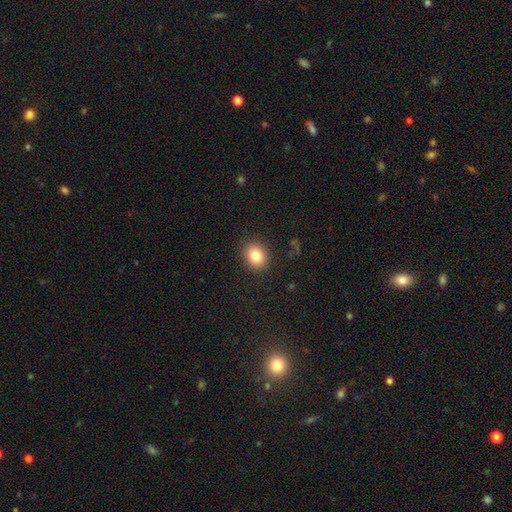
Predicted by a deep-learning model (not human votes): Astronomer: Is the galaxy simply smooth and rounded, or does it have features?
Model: smooth — 82%.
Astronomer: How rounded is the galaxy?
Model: round — 59% (runner-up: in between, 40%).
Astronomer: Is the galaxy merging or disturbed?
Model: none — 88%.